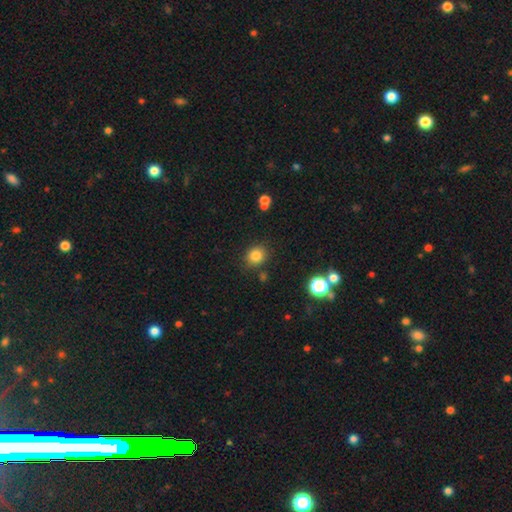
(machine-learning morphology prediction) smooth_or_featured: smooth (p=0.82) [alt: star or artifact p=0.12]
how_rounded: round (p=0.75) [alt: in between p=0.25]
merging: none (p=0.83) [alt: minor disturbance p=0.10]